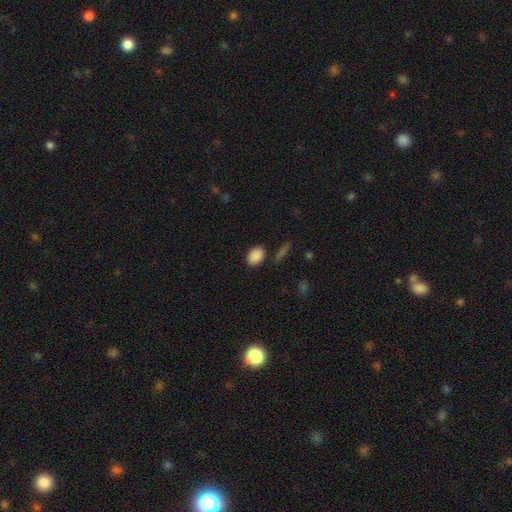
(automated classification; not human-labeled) Morphology: type=smooth (88%); roundness=in between (78%); merging=none (82%).